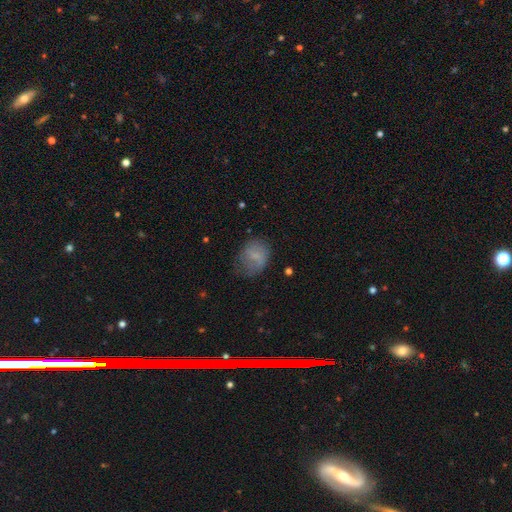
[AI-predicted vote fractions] smooth_or_featured: smooth (p=0.65) [alt: featured or disk p=0.26]
how_rounded: in between (p=0.54) [alt: round p=0.45]
merging: none (p=0.47) [alt: minor disturbance p=0.31]